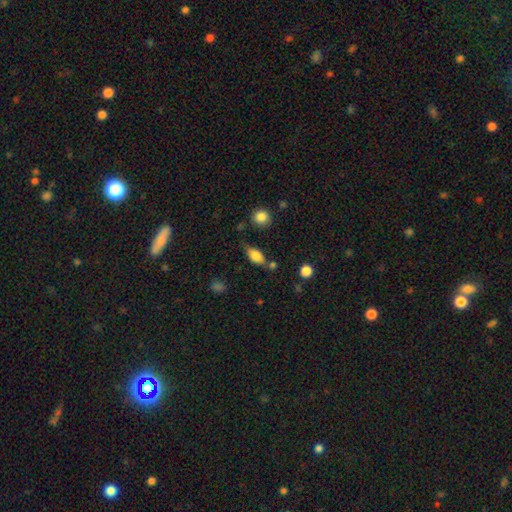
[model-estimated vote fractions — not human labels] Smooth or featured?
  - smooth: 80% *
  - featured or disk: 12%
  - star or artifact: 8%
How rounded?
  - in between: 85% *
  - cigar-shaped: 9%
  - round: 6%
Merging?
  - none: 61% *
  - minor disturbance: 21%
  - merger: 12%
  - major disturbance: 6%